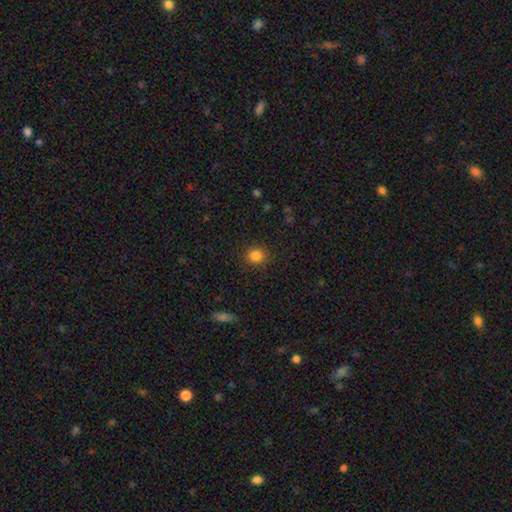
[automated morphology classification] Smooth or featured: smooth — 84% (star or artifact — 12%)
How rounded: round — 85% (in between — 14%)
Merging: none — 89% (minor disturbance — 7%)